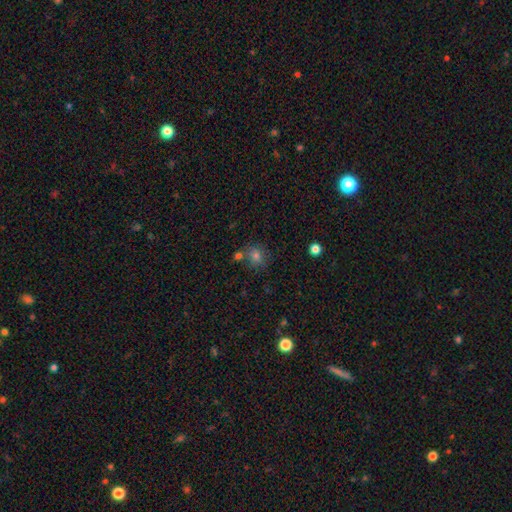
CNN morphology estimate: Smooth or featured? Predicted: smooth (p=0.72). How rounded? Predicted: round (p=0.81). Merging? Predicted: none (p=0.69).